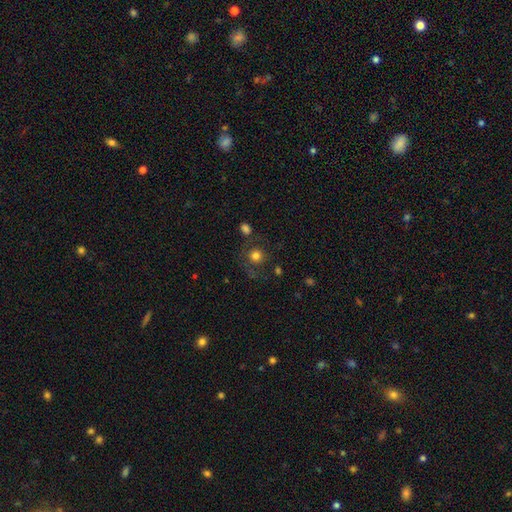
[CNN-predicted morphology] smooth 74%, star or artifact 14%, featured or disk 12%. Down the decision tree: how rounded — round (91%); merging — none (70%).